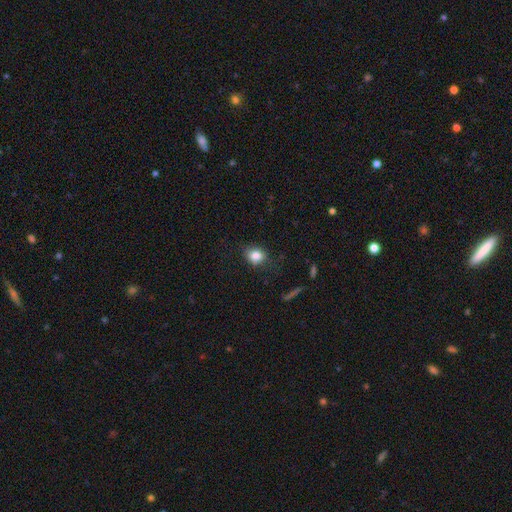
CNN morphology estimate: This is clearly a smooth galaxy (83%). How rounded: possibly round (56%). Merging: likely none (76%).